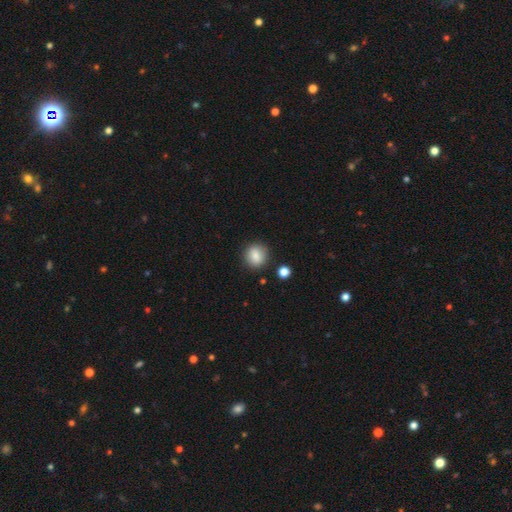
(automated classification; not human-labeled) A smooth galaxy with no disk features (84%) that is round (83%).

Vote fractions:
- Smooth or featured? smooth: 84% / star or artifact: 9% / featured or disk: 7%
- How rounded? round: 83% / in between: 16% / cigar-shaped: 1%
- Merging? none: 86% / minor disturbance: 9% / merger: 3% / major disturbance: 3%